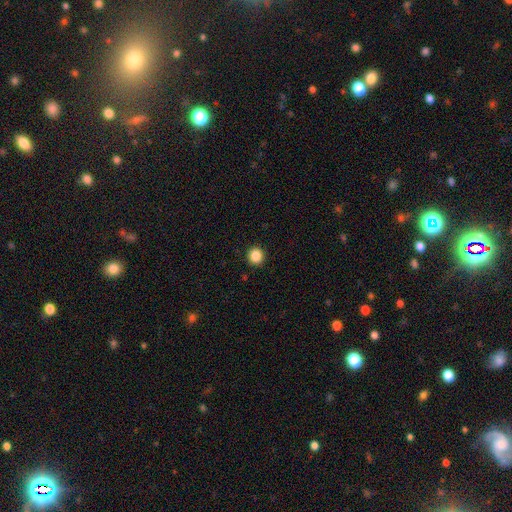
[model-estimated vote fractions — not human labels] smooth-or-featured: smooth: 87% | star or artifact: 10% | featured or disk: 3%
  how-rounded: round: 92% | in between: 7% | cigar-shaped: 1%
  merging: none: 93% | minor disturbance: 5% | major disturbance: 2% | merger: 1%